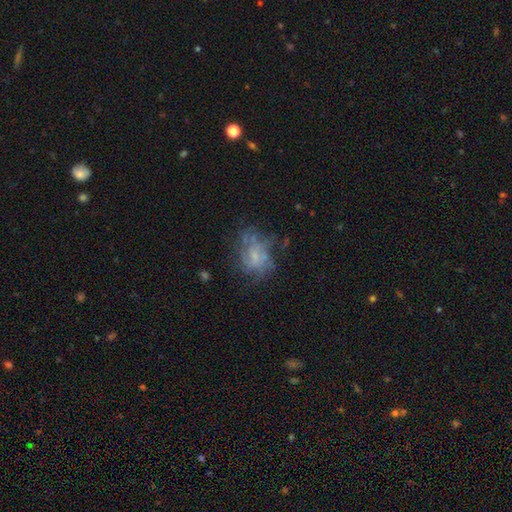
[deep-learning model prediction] smooth_or_featured: featured or disk (p=0.56) [alt: smooth p=0.30]
disk_edge_on: no (p=0.98) [alt: yes p=0.02]
bar: no (p=0.73) [alt: weak p=0.24]
has_spiral_arms: yes (p=0.53) [alt: no p=0.47]
bulge_size: small (p=0.51) [alt: none p=0.25]
merging: none (p=0.53) [alt: minor disturbance p=0.22]